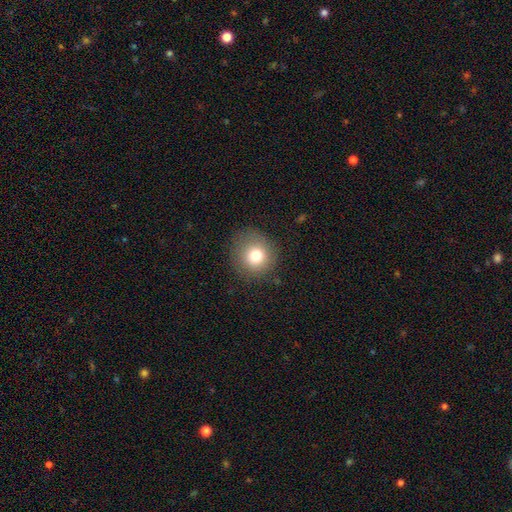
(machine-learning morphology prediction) smooth 78%, star or artifact 12%, featured or disk 11%. Down the decision tree: how rounded — round (87%); merging — none (84%).